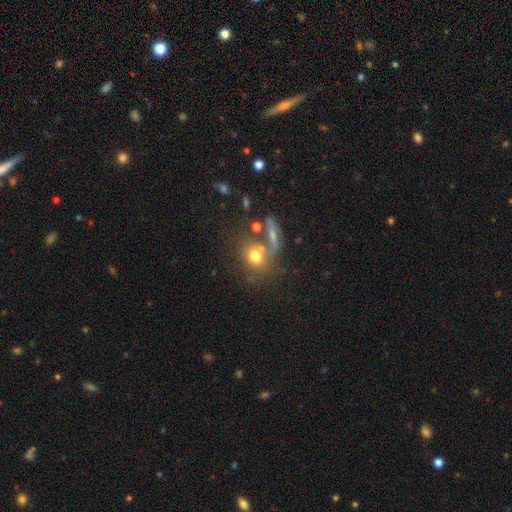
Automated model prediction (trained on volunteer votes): Morphology: type=smooth (66%); roundness=round (70%); merging=none (39%).